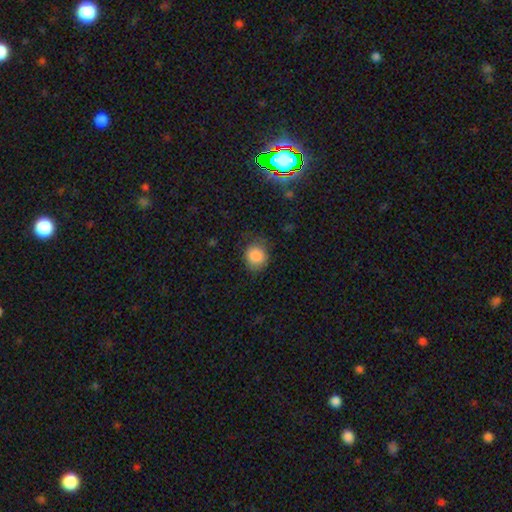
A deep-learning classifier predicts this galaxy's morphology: Smooth or featured? Predicted: smooth (p=0.87). How rounded? Predicted: round (p=0.75). Merging? Predicted: none (p=0.74).